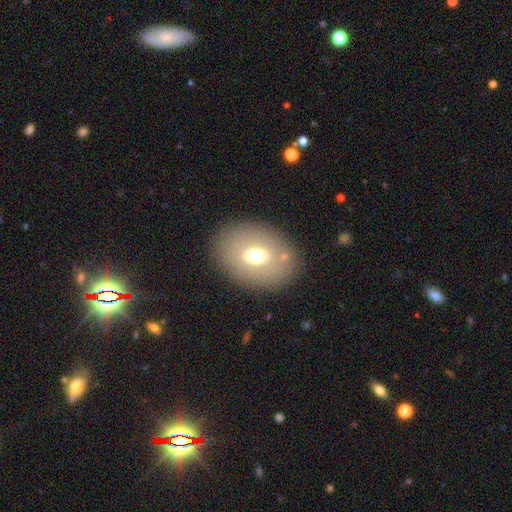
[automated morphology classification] This appears to be a smooth galaxy with no disk features (58%) that is in between round and cigar-shaped (70%). Merging: none (83%).